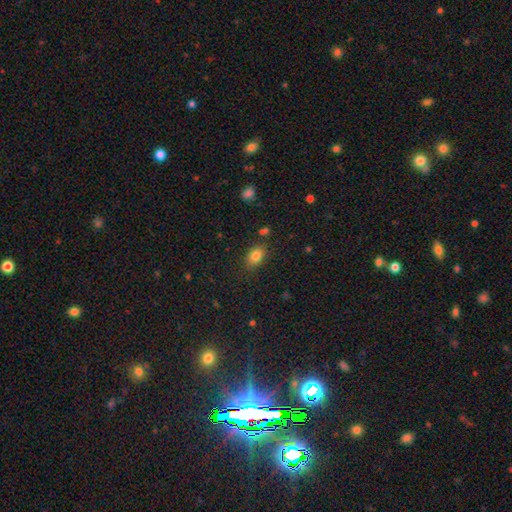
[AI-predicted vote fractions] Q: Smooth or featured?
A: smooth (82%); runner-up: star or artifact (11%)
Q: How rounded?
A: in between (79%); runner-up: round (19%)
Q: Merging?
A: none (80%); runner-up: minor disturbance (13%)